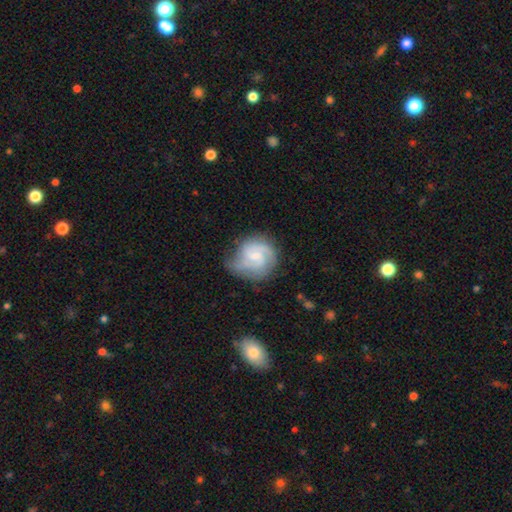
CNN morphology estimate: Q: Smooth or featured?
A: featured or disk (73%); runner-up: smooth (21%)
Q: Edge-on disk?
A: no (98%); runner-up: yes (2%)
Q: Bar?
A: weak (52%); runner-up: no (41%)
Q: Spiral arms?
A: yes (93%); runner-up: no (7%)
Q: Spiral winding?
A: medium (43%); tied with: tight (43%)
Q: Spiral arm count?
A: 2 (47%); runner-up: 3 (21%)
Q: Bulge size?
A: small (55%); runner-up: moderate (33%)
Q: Merging?
A: none (61%); runner-up: minor disturbance (26%)